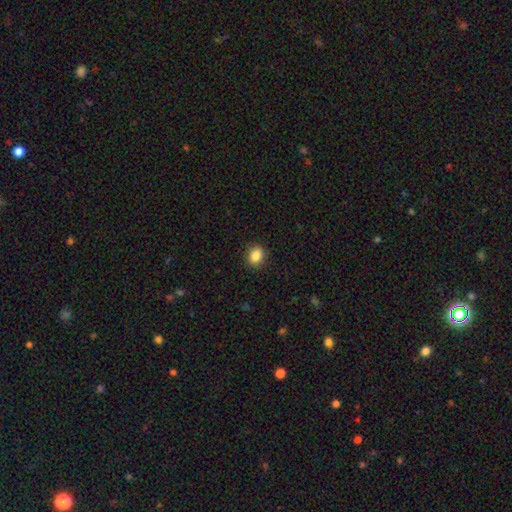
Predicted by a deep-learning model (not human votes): Smooth or featured? smooth (86%)
How rounded? in between (51%)
Merging? none (89%)